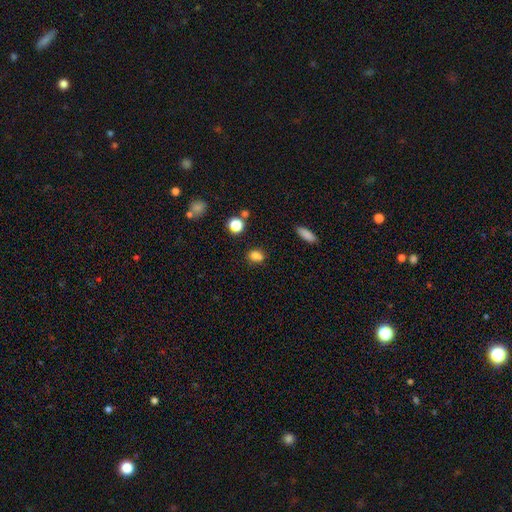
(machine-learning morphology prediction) smooth-or-featured: smooth: 78% | star or artifact: 14% | featured or disk: 8%
  how-rounded: in between: 56% | round: 41% | cigar-shaped: 3%
  merging: none: 63% | minor disturbance: 16% | merger: 16% | major disturbance: 5%